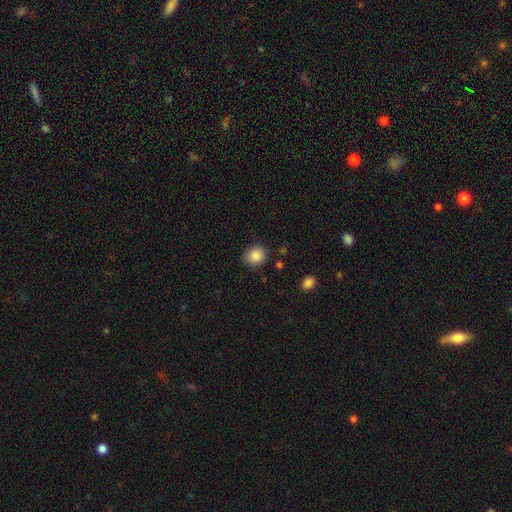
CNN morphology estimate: Overall: smooth (87%). How rounded: round (81%). Merging: none (85%).